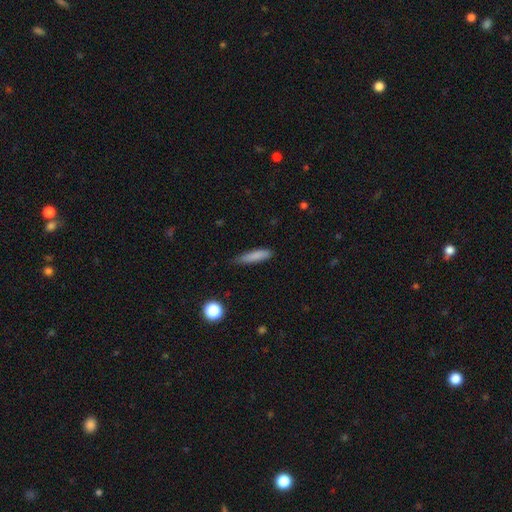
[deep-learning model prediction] Smooth or featured? smooth (83%)
How rounded? cigar-shaped (79%)
Merging? none (70%)